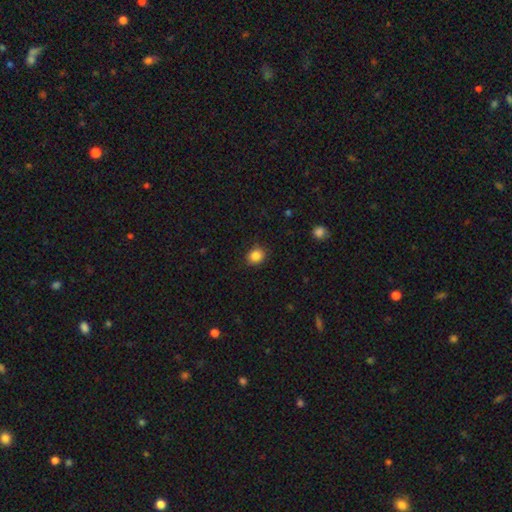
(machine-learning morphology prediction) Smooth or featured? Predicted: smooth (p=0.86). How rounded? Predicted: round (p=0.71). Merging? Predicted: none (p=0.86).